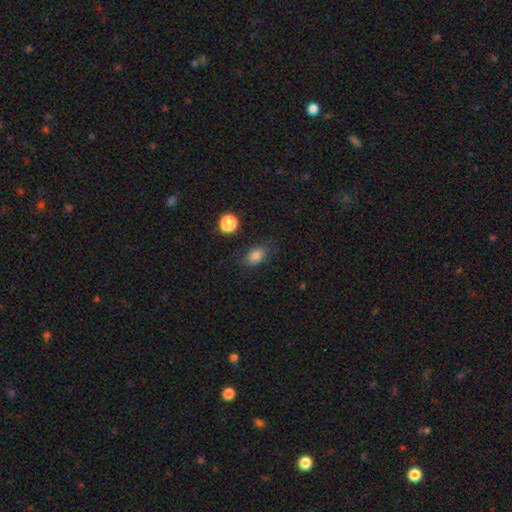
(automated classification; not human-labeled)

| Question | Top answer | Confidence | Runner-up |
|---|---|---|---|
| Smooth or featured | smooth | 82% | star or artifact (11%) |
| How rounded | in between | 79% | round (19%) |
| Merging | none | 78% | minor disturbance (15%) |